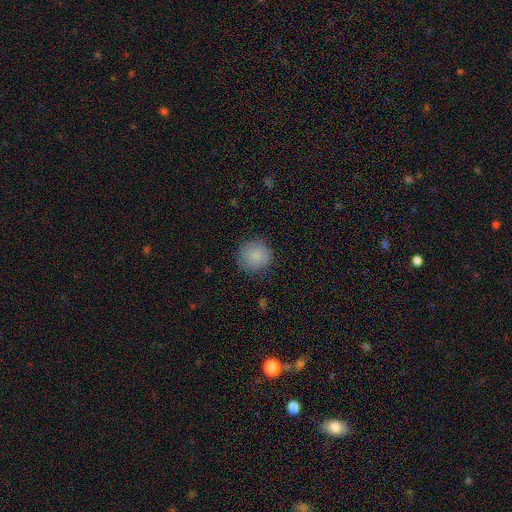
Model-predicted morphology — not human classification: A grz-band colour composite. It shows a smooth galaxy with no disk features (87%) that is round (92%). Merging: none (85%).